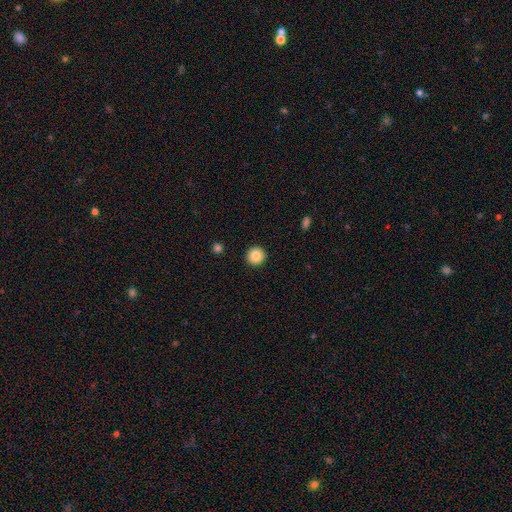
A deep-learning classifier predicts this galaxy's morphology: smooth 86%, star or artifact 9%, featured or disk 5%. Down the decision tree: how rounded — round (95%); merging — none (93%).